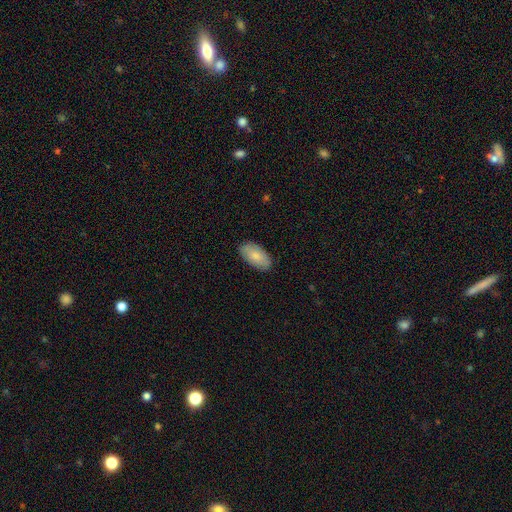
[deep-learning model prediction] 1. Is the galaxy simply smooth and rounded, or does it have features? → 82% smooth, 13% featured or disk, 5% star or artifact.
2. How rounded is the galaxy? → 95% in between, 3% round, 2% cigar-shaped.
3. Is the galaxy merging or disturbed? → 86% none, 11% minor disturbance, 2% major disturbance, 1% merger.